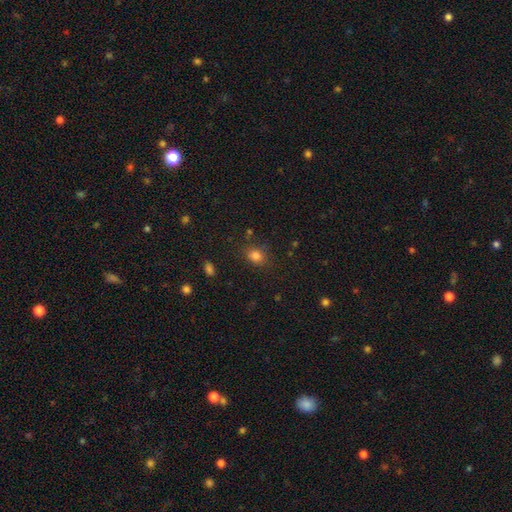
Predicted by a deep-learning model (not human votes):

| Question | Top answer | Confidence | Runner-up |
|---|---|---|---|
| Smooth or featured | smooth | 82% | star or artifact (13%) |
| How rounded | round | 60% | in between (39%) |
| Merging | none | 80% | minor disturbance (13%) |